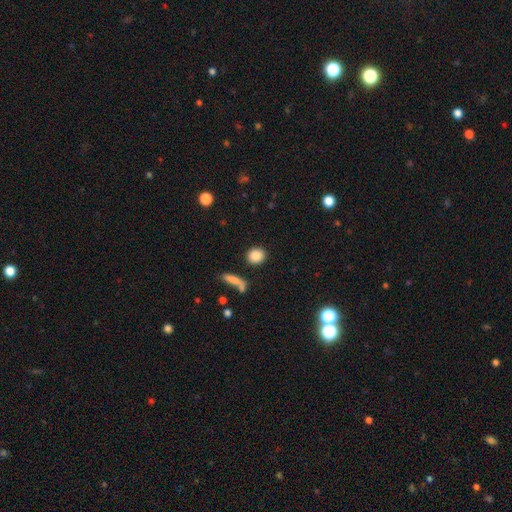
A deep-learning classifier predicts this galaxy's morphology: A smooth galaxy with no disk features (86%) that is round (74%).

Vote fractions:
- Smooth or featured? smooth: 86% / star or artifact: 9% / featured or disk: 5%
- How rounded? round: 74% / in between: 23% / cigar-shaped: 3%
- Merging? none: 84% / minor disturbance: 7% / merger: 6% / major disturbance: 3%